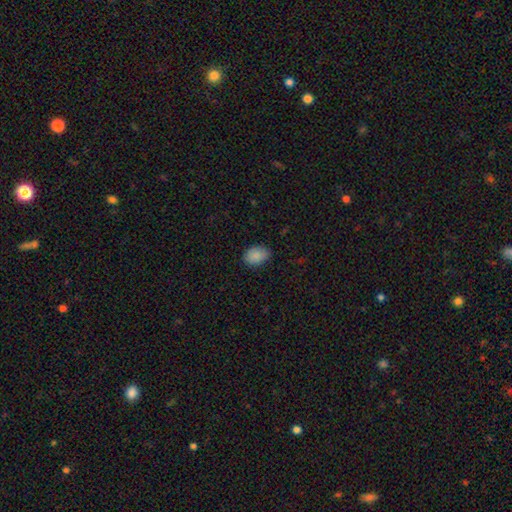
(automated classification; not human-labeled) Overall: smooth (89%). How rounded: in between (82%). Merging: none (82%).